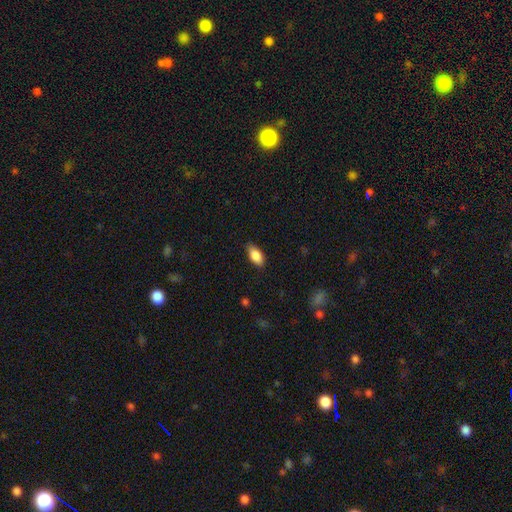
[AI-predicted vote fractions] The model was most divided on "merging": none: 82%, minor disturbance: 14%, major disturbance: 3%, merger: 1%. More confident: how rounded — in between (89%); smooth or featured — smooth (85%).